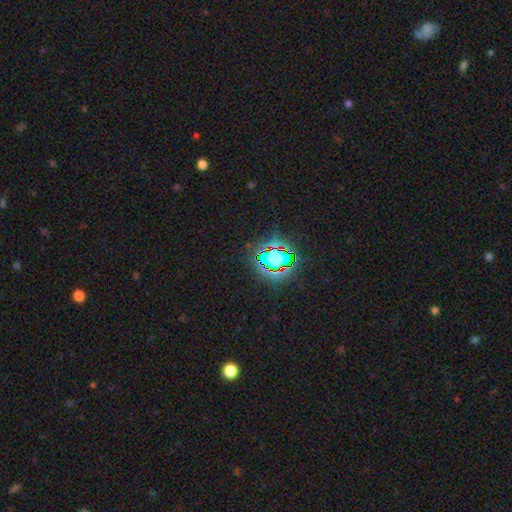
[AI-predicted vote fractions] This is clearly a star or artifact rather than a galaxy (82%).